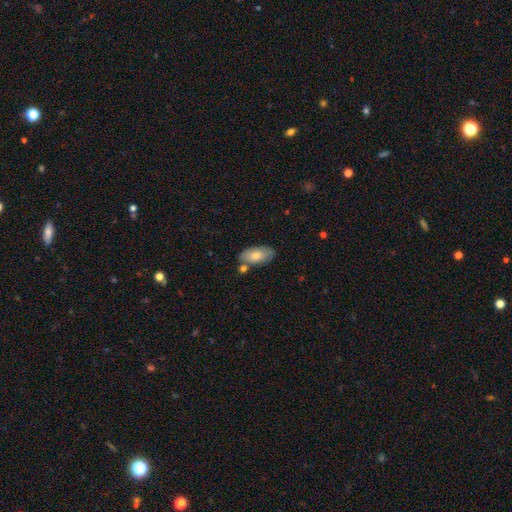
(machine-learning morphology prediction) Smooth or featured? smooth (77%)
How rounded? in between (92%)
Merging? none (71%)